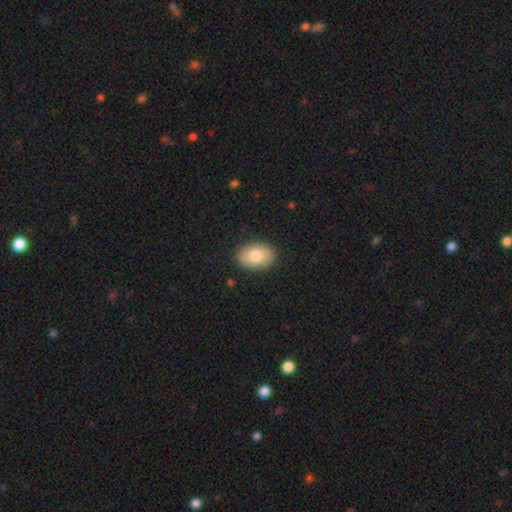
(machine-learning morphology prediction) Smooth or featured?
  - smooth: 81% *
  - featured or disk: 13%
  - star or artifact: 7%
How rounded?
  - in between: 84% *
  - round: 14%
  - cigar-shaped: 1%
Merging?
  - none: 88% *
  - minor disturbance: 9%
  - major disturbance: 2%
  - merger: 1%